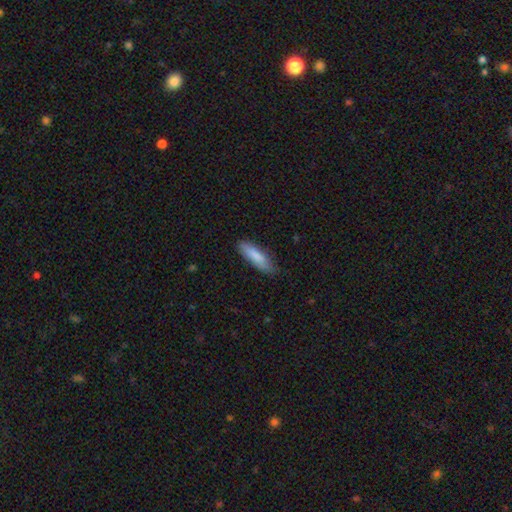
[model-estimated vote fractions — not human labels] The model was most divided on "how rounded": cigar-shaped: 59%, in between: 40%, round: 1%. More confident: smooth or featured — smooth (83%); merging — none (79%).